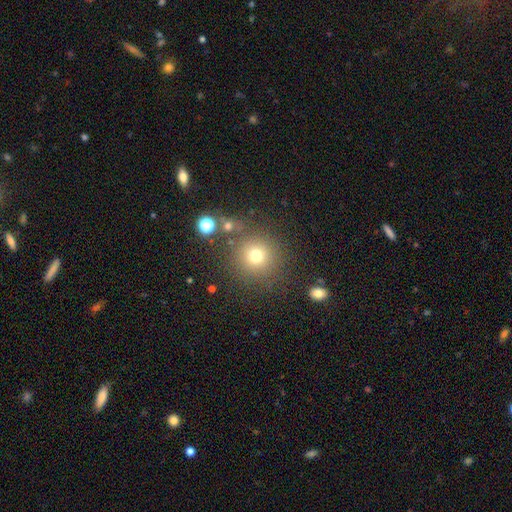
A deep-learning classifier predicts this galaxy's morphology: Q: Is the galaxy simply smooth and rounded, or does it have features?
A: smooth — 73%.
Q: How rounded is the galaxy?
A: round — 94%.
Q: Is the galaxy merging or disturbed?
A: none — 83%.